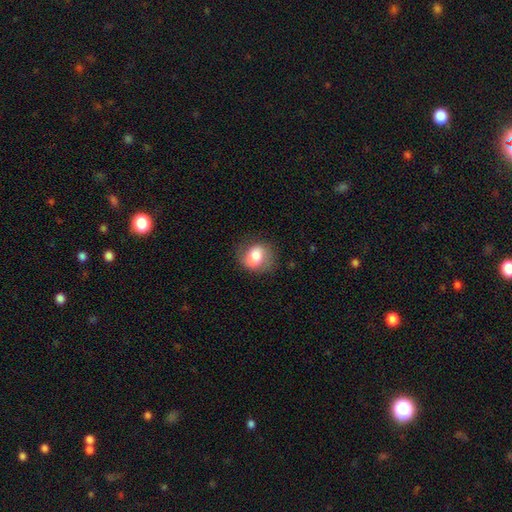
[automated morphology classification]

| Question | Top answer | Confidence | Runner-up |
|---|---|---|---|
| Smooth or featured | smooth | 72% | featured or disk (20%) |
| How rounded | in between | 58% | round (40%) |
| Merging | none | 60% | minor disturbance (25%) |